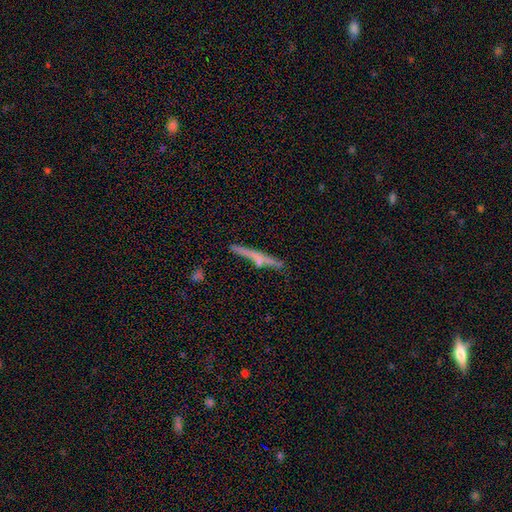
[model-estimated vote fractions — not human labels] This is possibly a featured or disk galaxy (48%). Merging: likely none (78%).